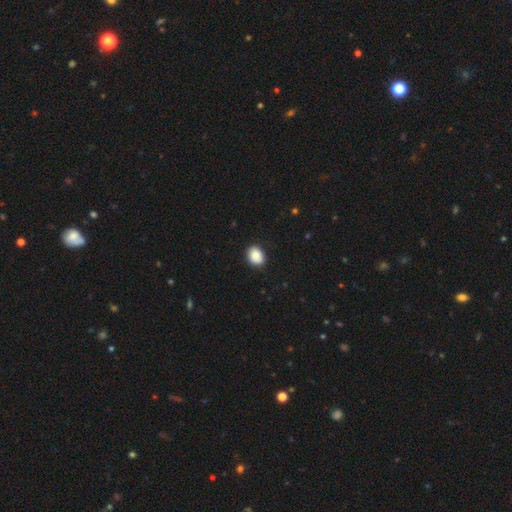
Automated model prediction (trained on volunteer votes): A smooth galaxy with no disk features (88%) that is in between round and cigar-shaped (61%).

Vote fractions:
- Smooth or featured? smooth: 88% / star or artifact: 8% / featured or disk: 5%
- How rounded? in between: 61% / round: 38% / cigar-shaped: 1%
- Merging? none: 86% / minor disturbance: 11% / major disturbance: 2% / merger: 1%